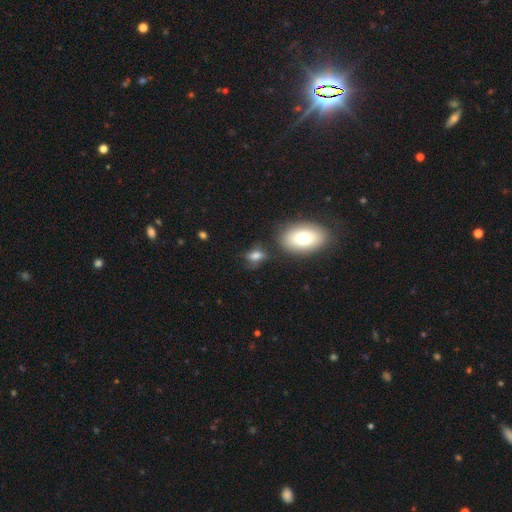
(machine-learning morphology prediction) type=smooth (73%); roundness=in between (75%); merging=none (58%).